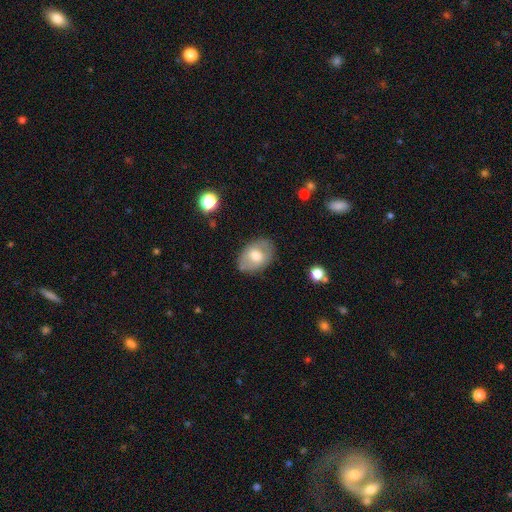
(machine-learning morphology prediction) Smooth or featured: smooth — 60% (featured or disk — 32%)
How rounded: in between — 80% (round — 19%)
Merging: none — 79% (minor disturbance — 15%)